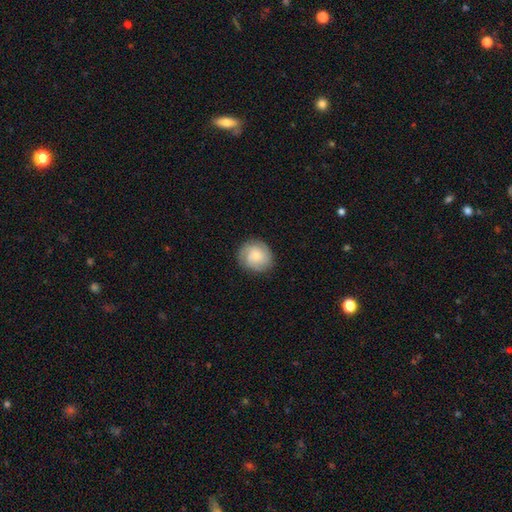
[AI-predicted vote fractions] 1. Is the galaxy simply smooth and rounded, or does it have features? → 51% smooth, 41% featured or disk, 8% star or artifact.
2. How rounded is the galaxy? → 84% round, 15% in between, 1% cigar-shaped.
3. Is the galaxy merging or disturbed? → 82% none, 13% minor disturbance, 4% major disturbance, 1% merger.